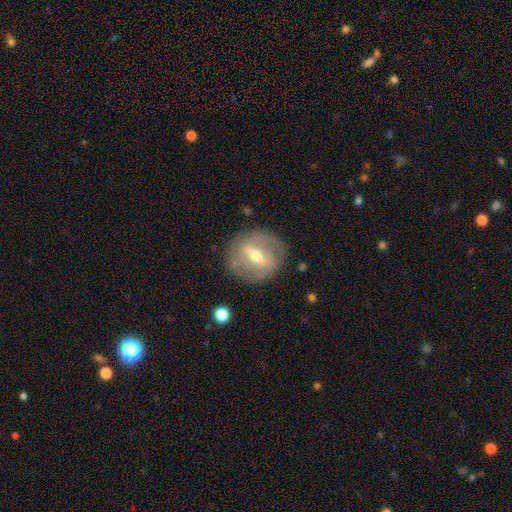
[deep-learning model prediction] smooth-or-featured: featured or disk: 70% | smooth: 24% | star or artifact: 7%
  disk-edge-on: no: 90% | yes: 10%
    bar: strong: 51% | weak: 37% | no: 11%
    has-spiral-arms: yes: 51% | no: 49%
    bulge-size: moderate: 68% | small: 26% | large: 4% | none: 1% | dominant: 1%
  merging: none: 80% | minor disturbance: 13% | major disturbance: 6% | merger: 1%